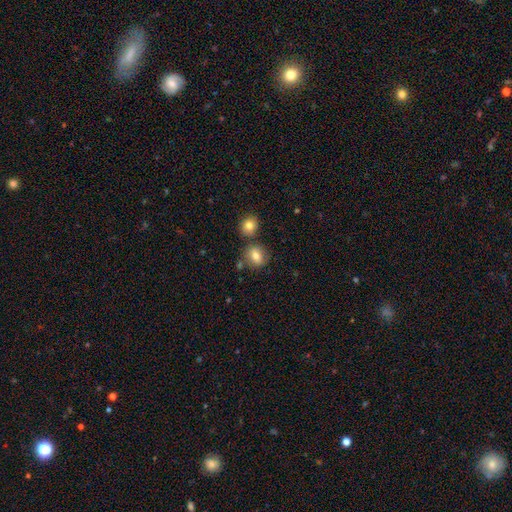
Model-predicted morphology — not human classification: Smooth or featured: smooth — 77% (featured or disk — 12%)
How rounded: round — 68% (in between — 31%)
Merging: none — 70% (merger — 15%)